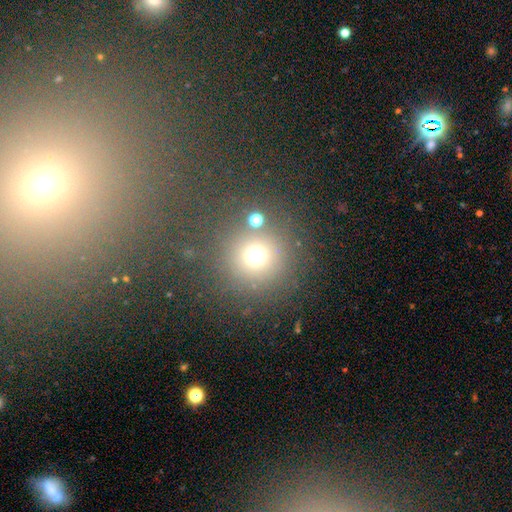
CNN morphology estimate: Smooth or featured?
  - smooth: 68% *
  - star or artifact: 23%
  - featured or disk: 9%
How rounded?
  - round: 94% *
  - in between: 5%
  - cigar-shaped: 1%
Merging?
  - none: 77% *
  - minor disturbance: 9%
  - merger: 8%
  - major disturbance: 6%